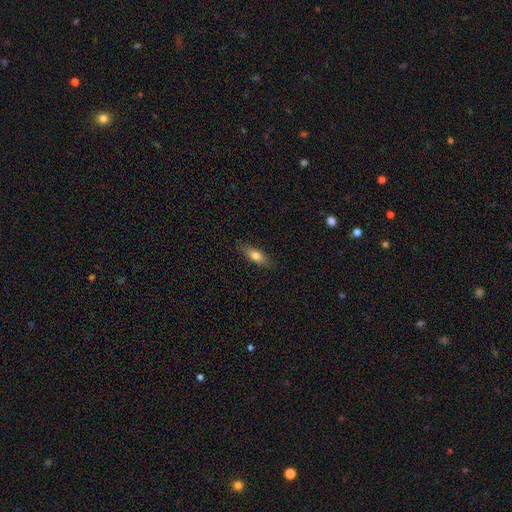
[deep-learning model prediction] Smooth or featured?
  - smooth: 71% *
  - featured or disk: 22%
  - star or artifact: 7%
How rounded?
  - in between: 54% *
  - cigar-shaped: 43%
  - round: 3%
Merging?
  - none: 85% *
  - minor disturbance: 12%
  - major disturbance: 2%
  - merger: 1%